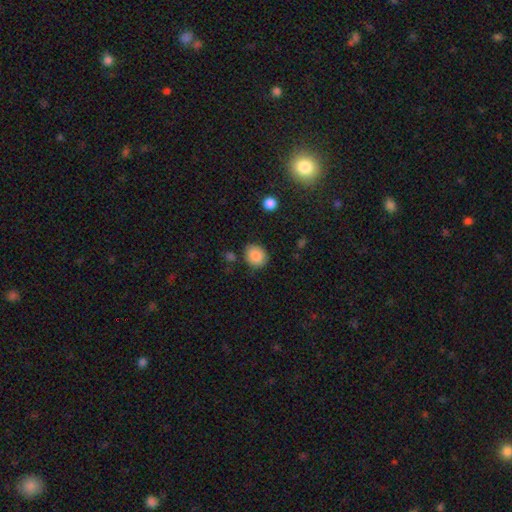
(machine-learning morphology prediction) Smooth or featured? Predicted: smooth (p=0.86). How rounded? Predicted: round (p=0.70). Merging? Predicted: none (p=0.82).